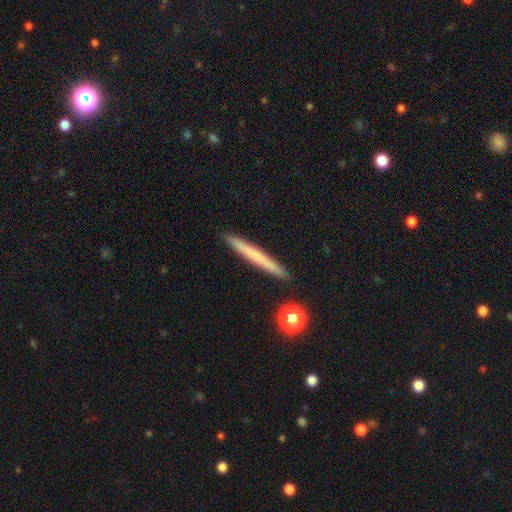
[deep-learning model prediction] Overall: smooth (60%; featured or disk 33%). How rounded: cigar-shaped (97%). Merging: none (92%).